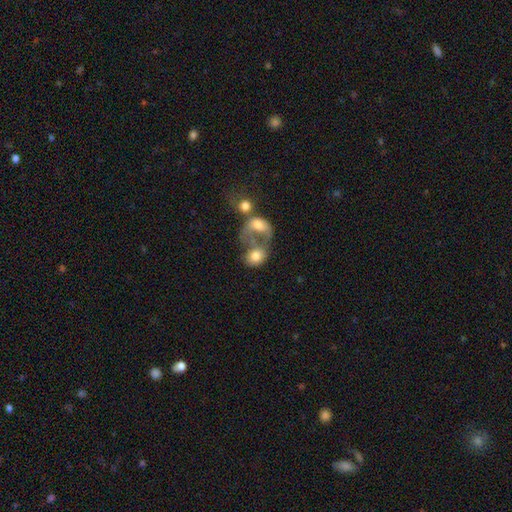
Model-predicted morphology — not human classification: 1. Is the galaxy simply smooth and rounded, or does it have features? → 67% smooth, 24% featured or disk, 9% star or artifact.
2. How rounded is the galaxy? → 58% in between, 41% round, 1% cigar-shaped.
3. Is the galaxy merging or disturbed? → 62% merger, 18% major disturbance, 13% none, 7% minor disturbance.